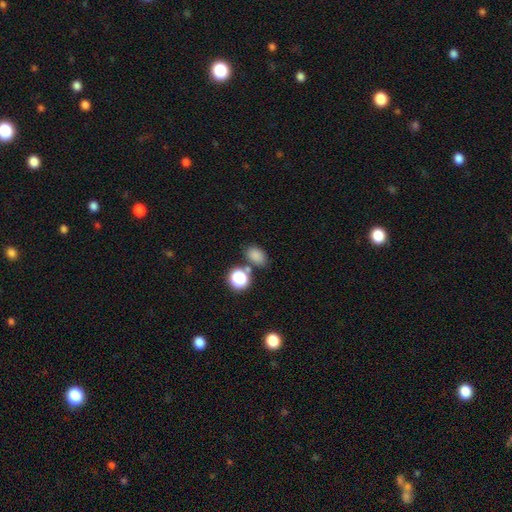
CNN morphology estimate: Smooth or featured?
  - smooth: 79% *
  - star or artifact: 15%
  - featured or disk: 5%
How rounded?
  - in between: 74% *
  - round: 25%
  - cigar-shaped: 1%
Merging?
  - none: 70% *
  - merger: 14%
  - minor disturbance: 12%
  - major disturbance: 4%